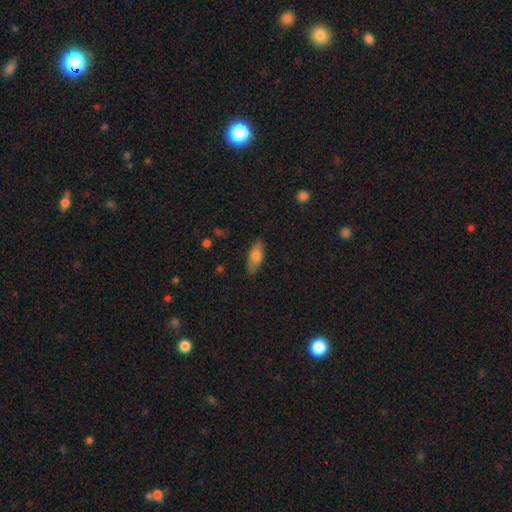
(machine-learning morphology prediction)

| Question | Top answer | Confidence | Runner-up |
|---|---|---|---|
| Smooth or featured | smooth | 75% | featured or disk (18%) |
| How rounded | in between | 75% | cigar-shaped (23%) |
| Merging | none | 83% | minor disturbance (13%) |